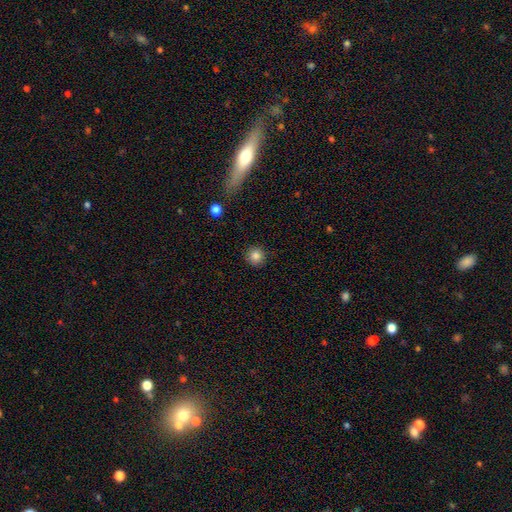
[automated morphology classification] smooth 84%, star or artifact 11%, featured or disk 5%. Down the decision tree: how rounded — round (94%); merging — none (91%).